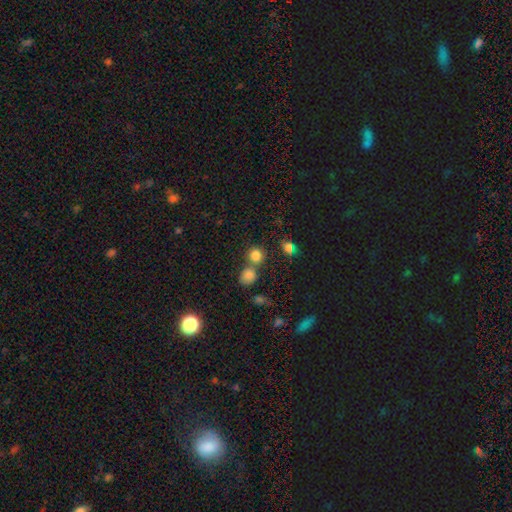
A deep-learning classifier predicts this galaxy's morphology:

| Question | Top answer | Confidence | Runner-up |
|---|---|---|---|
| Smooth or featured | smooth | 79% | star or artifact (15%) |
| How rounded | round | 85% | in between (14%) |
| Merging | none | 60% | merger (29%) |